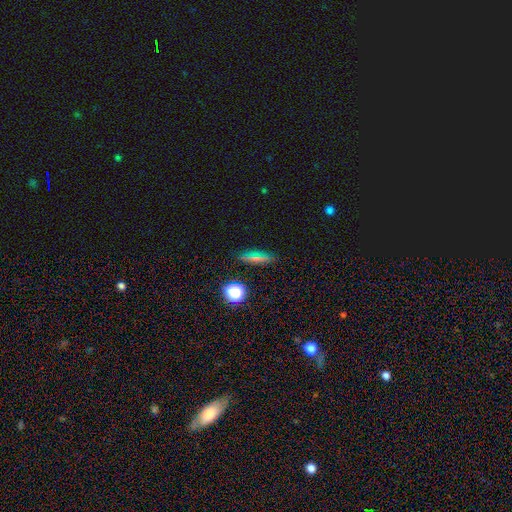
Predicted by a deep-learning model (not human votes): Smooth or featured: smooth — 57% (star or artifact — 25%)
How rounded: cigar-shaped — 57% (in between — 32%)
Merging: none — 87% (minor disturbance — 9%)